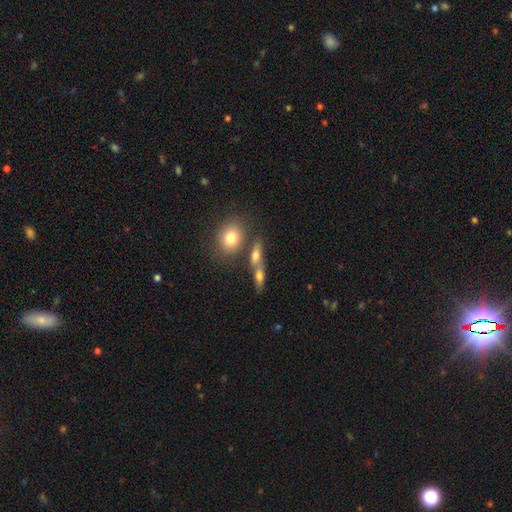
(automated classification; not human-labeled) Smooth or featured? Predicted: smooth (p=0.62). How rounded? Predicted: in between (p=0.48). Merging? Predicted: none (p=0.52).